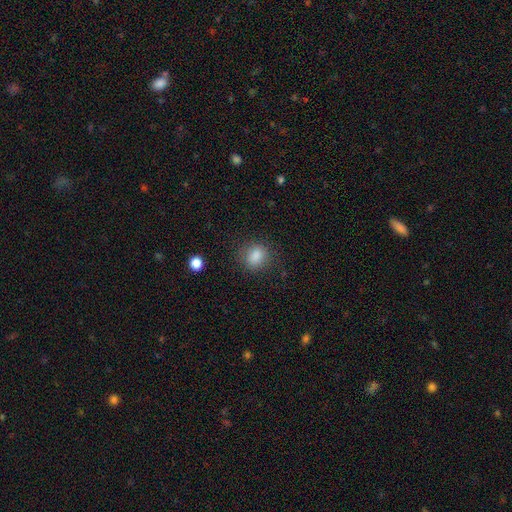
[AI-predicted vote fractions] Smooth or featured?
  - smooth: 85% *
  - star or artifact: 10%
  - featured or disk: 5%
How rounded?
  - round: 57% *
  - in between: 42%
  - cigar-shaped: 1%
Merging?
  - none: 81% *
  - minor disturbance: 13%
  - major disturbance: 5%
  - merger: 2%